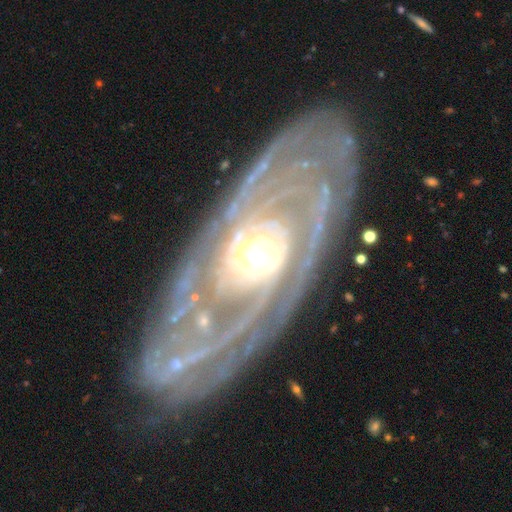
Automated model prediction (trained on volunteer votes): Smooth or featured: featured or disk — 91% (star or artifact — 5%)
Edge-on disk: no — 94% (yes — 6%)
Bar: no — 52% (weak — 28%)
Spiral arms: yes — 94% (no — 6%)
Spiral winding: tight — 60% (medium — 29%)
Spiral arm count: 2 — 28% (can't tell — 23%)
Bulge size: moderate — 66% (small — 20%)
Merging: none — 55% (minor disturbance — 19%)